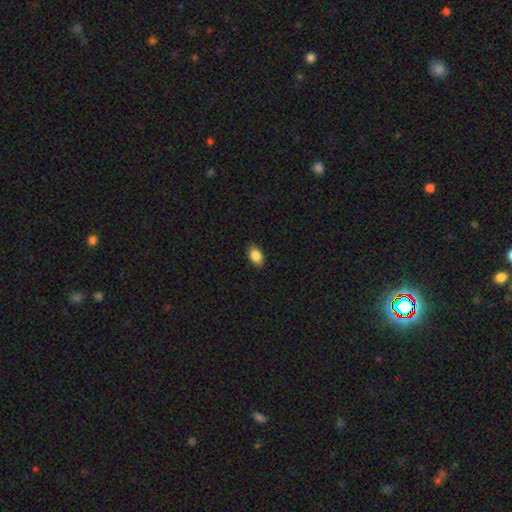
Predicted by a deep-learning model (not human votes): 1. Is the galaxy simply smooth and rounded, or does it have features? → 87% smooth, 8% star or artifact, 6% featured or disk.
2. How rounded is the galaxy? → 89% in between, 9% round, 2% cigar-shaped.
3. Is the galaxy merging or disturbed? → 87% none, 10% minor disturbance, 2% major disturbance, 1% merger.